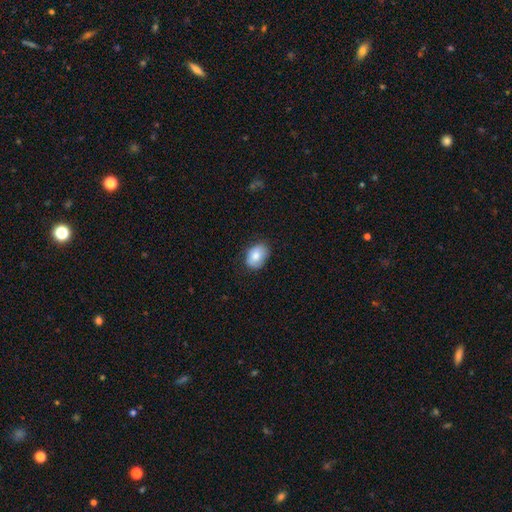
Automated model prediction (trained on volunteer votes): Q: Smooth or featured?
A: smooth (83%); runner-up: featured or disk (10%)
Q: How rounded?
A: in between (78%); runner-up: round (21%)
Q: Merging?
A: none (77%); runner-up: minor disturbance (19%)